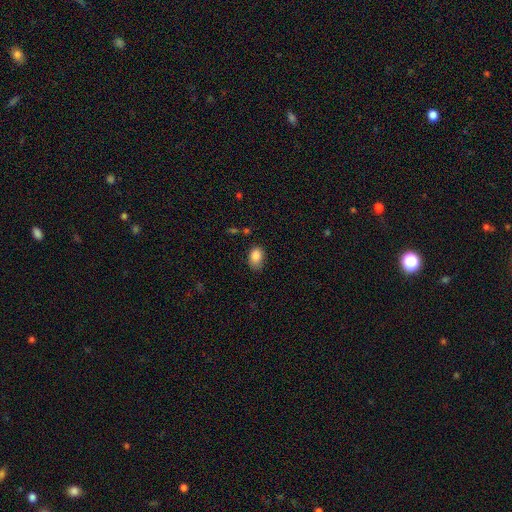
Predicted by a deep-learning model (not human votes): Q: Smooth or featured?
A: smooth (87%); runner-up: star or artifact (9%)
Q: How rounded?
A: in between (83%); runner-up: round (16%)
Q: Merging?
A: none (67%); runner-up: minor disturbance (26%)